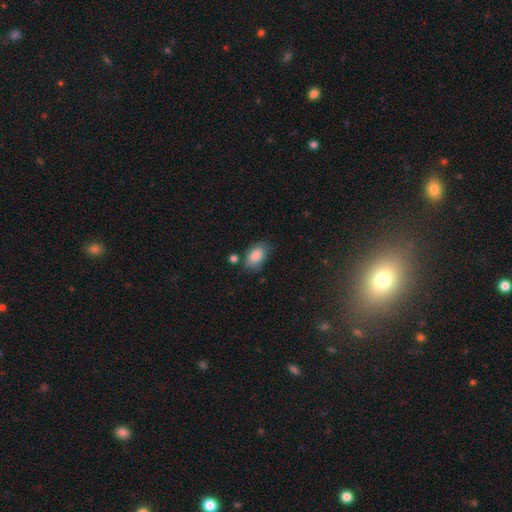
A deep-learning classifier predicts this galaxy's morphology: This is clearly a smooth galaxy (85%). How rounded: clearly in between (90%). Merging: likely none (66%).